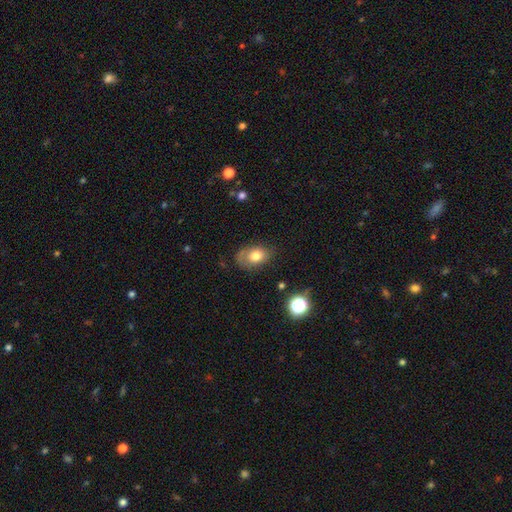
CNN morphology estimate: This appears to be a smooth galaxy with no disk features (72%) that is in between round and cigar-shaped (80%). Merging: none (62%).